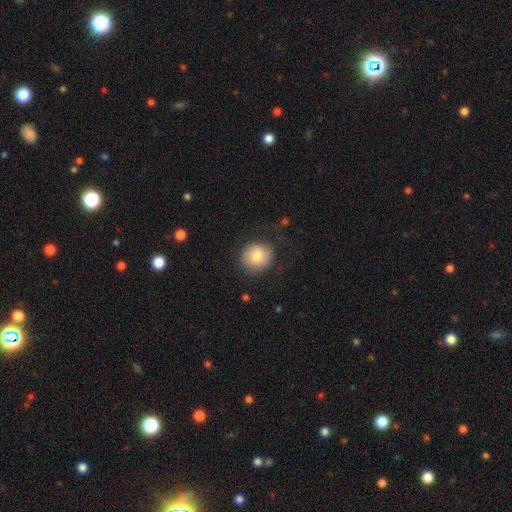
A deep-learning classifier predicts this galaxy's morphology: Smooth or featured?
  - smooth: 81% *
  - featured or disk: 12%
  - star or artifact: 8%
How rounded?
  - round: 82% *
  - in between: 17%
  - cigar-shaped: 1%
Merging?
  - none: 76% *
  - minor disturbance: 15%
  - major disturbance: 8%
  - merger: 1%